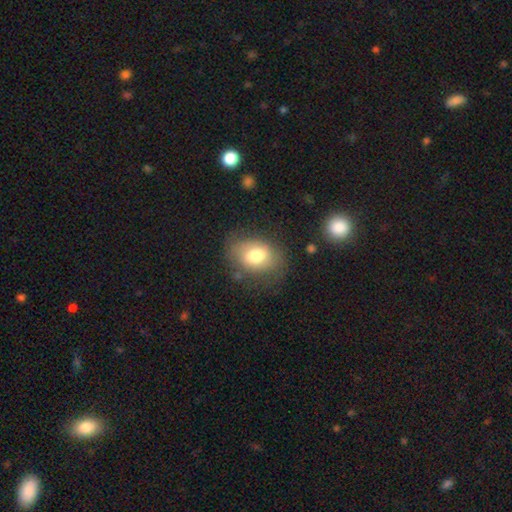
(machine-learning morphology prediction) This appears to be a smooth galaxy with no disk features (72%) that is in between round and cigar-shaped (65%). Merging: none (69%).